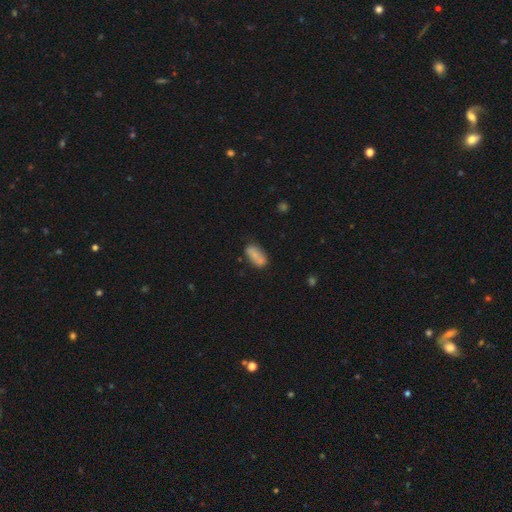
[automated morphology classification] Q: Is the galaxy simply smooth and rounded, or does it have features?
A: smooth — 72%.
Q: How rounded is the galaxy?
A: in between — 89%.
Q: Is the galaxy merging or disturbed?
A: none — 58%.